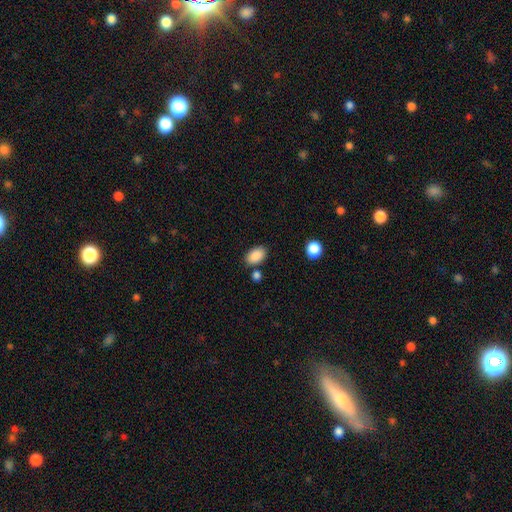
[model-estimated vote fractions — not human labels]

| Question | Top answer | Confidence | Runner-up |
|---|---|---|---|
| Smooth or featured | smooth | 89% | star or artifact (8%) |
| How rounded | in between | 90% | round (9%) |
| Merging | none | 80% | minor disturbance (11%) |